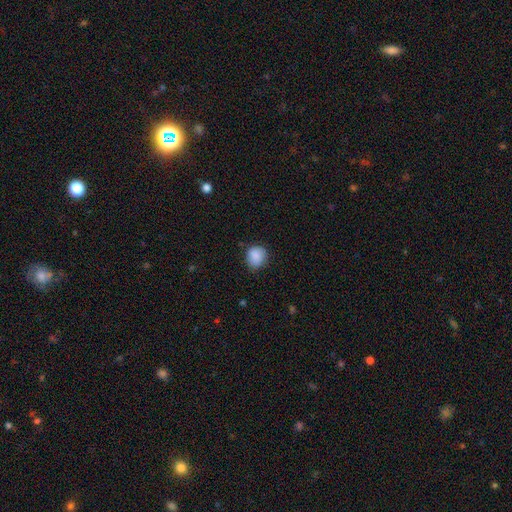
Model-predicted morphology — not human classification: smooth 88%, star or artifact 8%, featured or disk 4%. Down the decision tree: how rounded — round (76%); merging — none (77%).